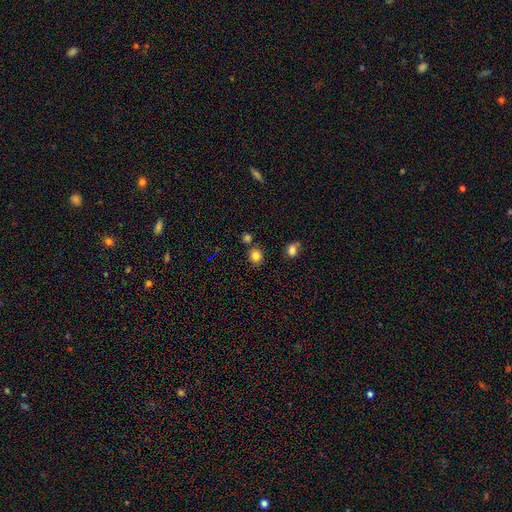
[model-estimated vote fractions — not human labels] This appears to be a smooth galaxy with no disk features (82%) that is round (72%). Merging: none (77%).